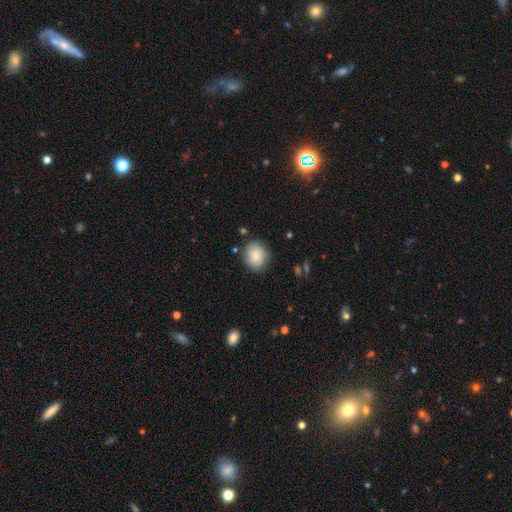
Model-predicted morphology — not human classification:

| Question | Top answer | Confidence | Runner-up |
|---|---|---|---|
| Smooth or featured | smooth | 84% | featured or disk (9%) |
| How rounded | round | 65% | in between (34%) |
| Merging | none | 81% | minor disturbance (14%) |